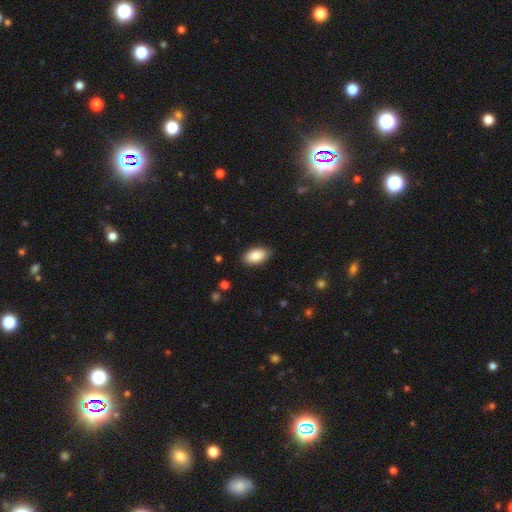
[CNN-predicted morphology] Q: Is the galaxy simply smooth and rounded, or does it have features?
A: smooth — 87%.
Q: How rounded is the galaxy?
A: in between — 94%.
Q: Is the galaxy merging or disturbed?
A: none — 84%.